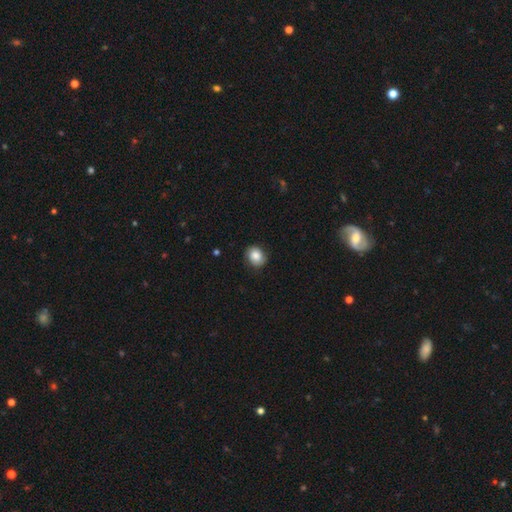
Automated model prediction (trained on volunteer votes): Overall: smooth (82%). How rounded: round (62%; in between 37%). Merging: none (82%).